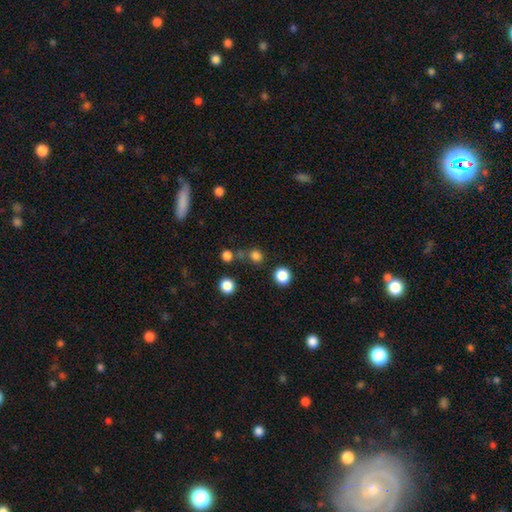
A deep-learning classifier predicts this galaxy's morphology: Overall: smooth (76%). How rounded: round (89%). Merging: none (72%).